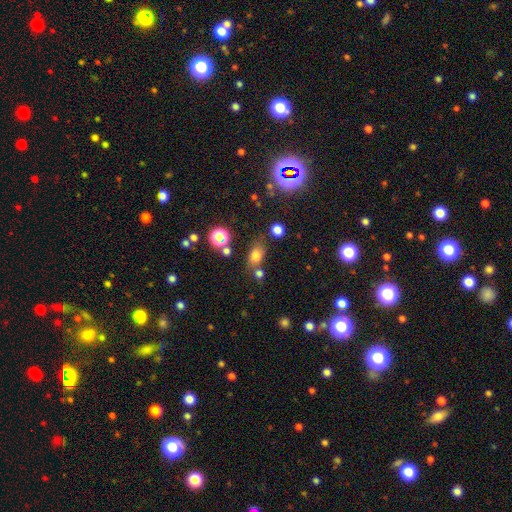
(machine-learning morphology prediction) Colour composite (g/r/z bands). It shows a smooth galaxy with no disk features (72%) that is in between round and cigar-shaped (66%). Merging: none (64%).